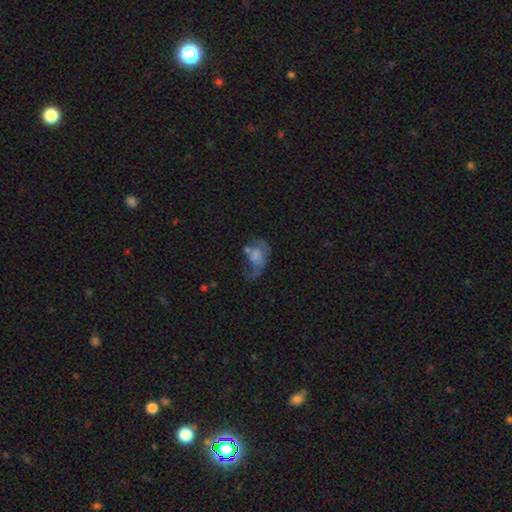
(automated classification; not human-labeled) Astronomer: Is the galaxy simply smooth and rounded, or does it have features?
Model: smooth — 49% (runner-up: featured or disk, 41%).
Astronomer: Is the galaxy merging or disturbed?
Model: major disturbance — 50%.